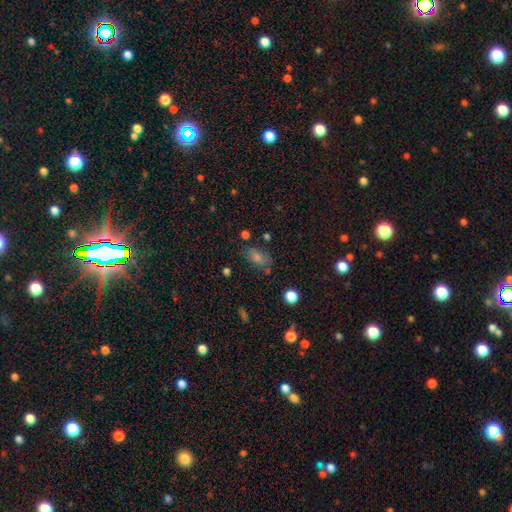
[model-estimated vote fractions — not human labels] Overall: smooth (51%; star or artifact 29%). How rounded: in between (79%). Merging: none (69%).